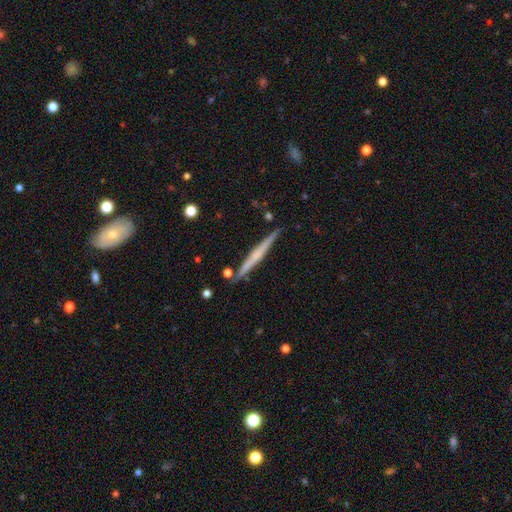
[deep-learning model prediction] Smooth or featured: featured or disk — 61% (smooth — 33%)
Edge-on disk: yes — 98% (no — 2%)
Edge-on bulge: none — 55% (rounded — 33%)
Merging: none — 88% (minor disturbance — 8%)